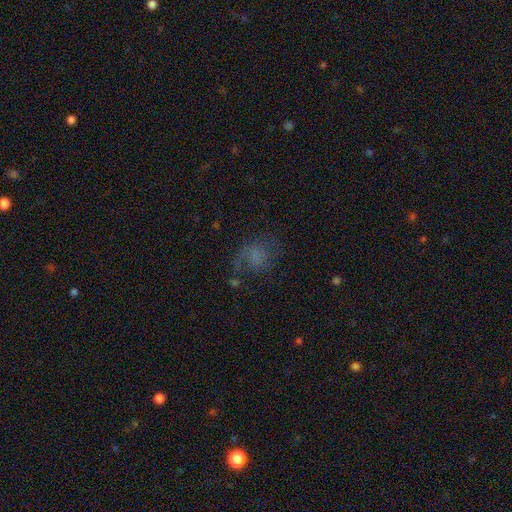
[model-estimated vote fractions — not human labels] featured or disk 41% (tied), smooth 41% (tied), star or artifact 18%. Down the decision tree: merging — none (49%).